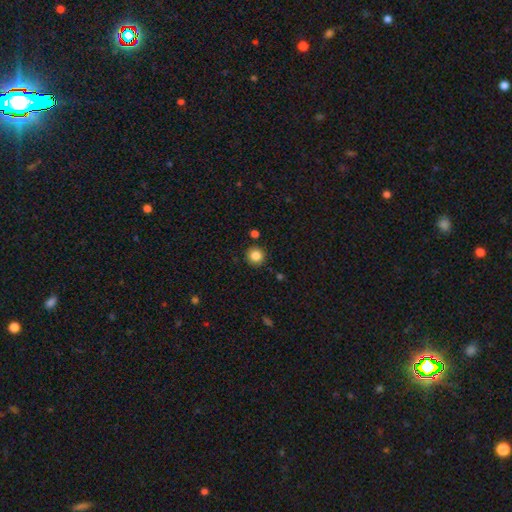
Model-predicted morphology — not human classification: Smooth or featured? smooth (84%)
How rounded? round (94%)
Merging? none (89%)